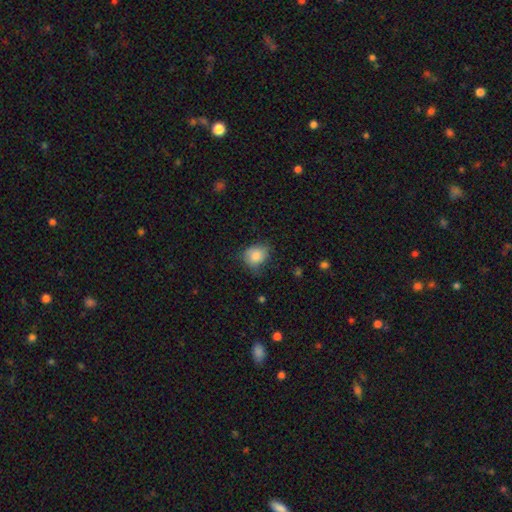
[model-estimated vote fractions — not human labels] Smooth or featured? smooth (83%)
How rounded? round (57%)
Merging? none (60%)